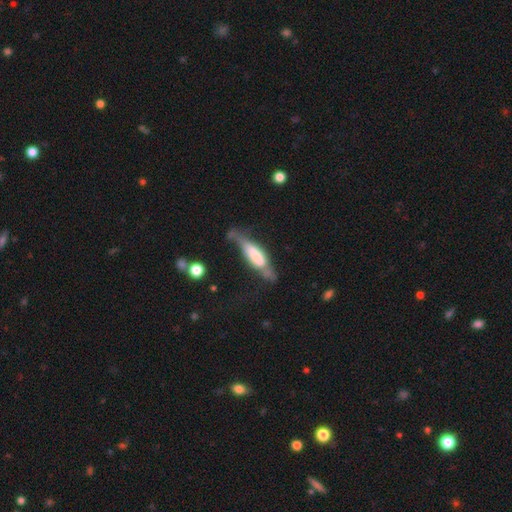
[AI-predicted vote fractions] The model was most divided on "merging" (2-way tie): none: 32%, minor disturbance: 32%, major disturbance: 28%, merger: 8%. Remaining: smooth or featured — smooth (47%).